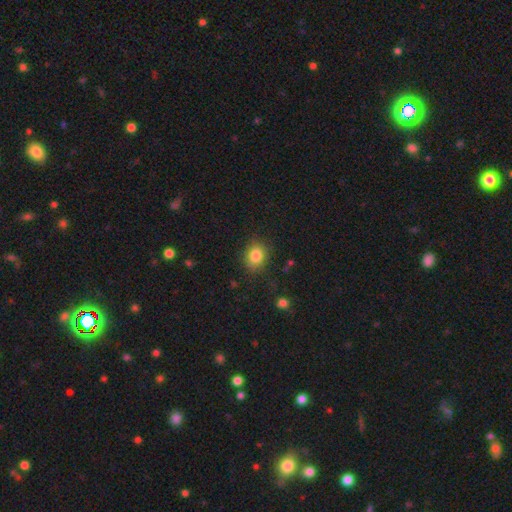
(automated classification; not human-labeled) Morphology: type=smooth (83%); roundness=round (60%); merging=none (83%).